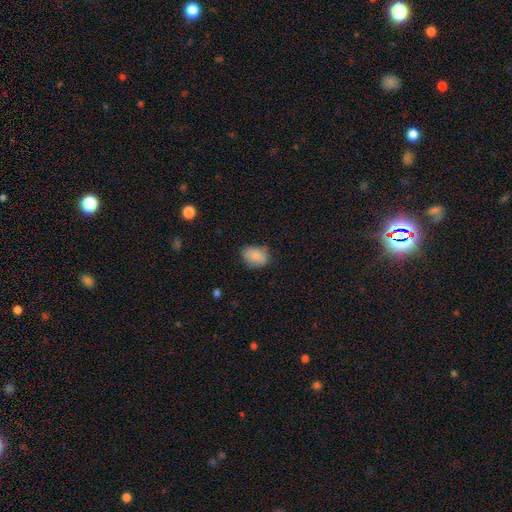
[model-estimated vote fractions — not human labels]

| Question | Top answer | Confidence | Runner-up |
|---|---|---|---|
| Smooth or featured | smooth | 84% | star or artifact (8%) |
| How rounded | in between | 60% | round (39%) |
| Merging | none | 70% | minor disturbance (24%) |